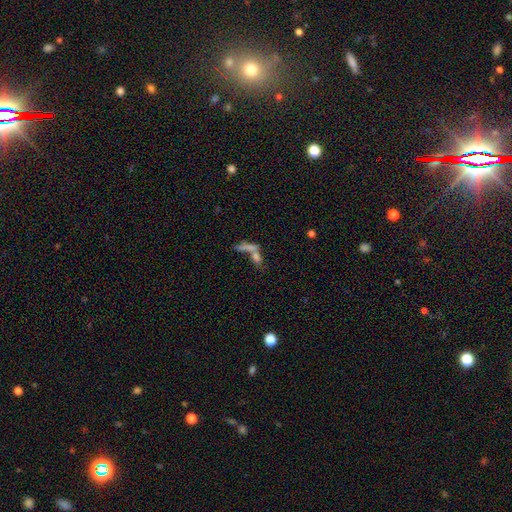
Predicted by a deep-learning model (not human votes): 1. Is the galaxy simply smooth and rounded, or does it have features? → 57% smooth, 26% featured or disk, 16% star or artifact.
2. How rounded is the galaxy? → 44% cigar-shaped (tied), 44% in between (tied), 13% round.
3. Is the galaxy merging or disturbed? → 52% merger, 30% none, 9% major disturbance, 8% minor disturbance.